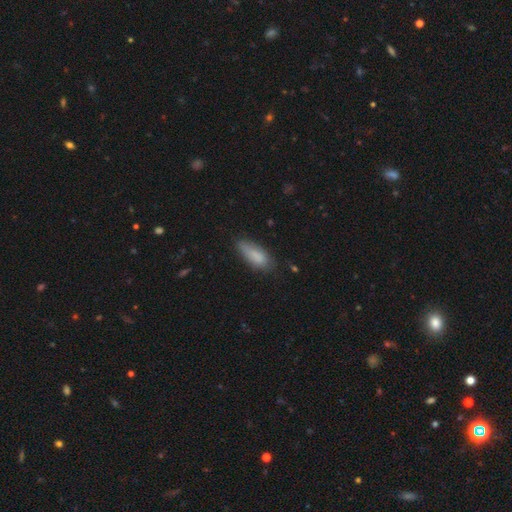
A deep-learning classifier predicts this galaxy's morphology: A smooth galaxy with no disk features (83%) that is in between round and cigar-shaped (71%). Merging: none (62%).